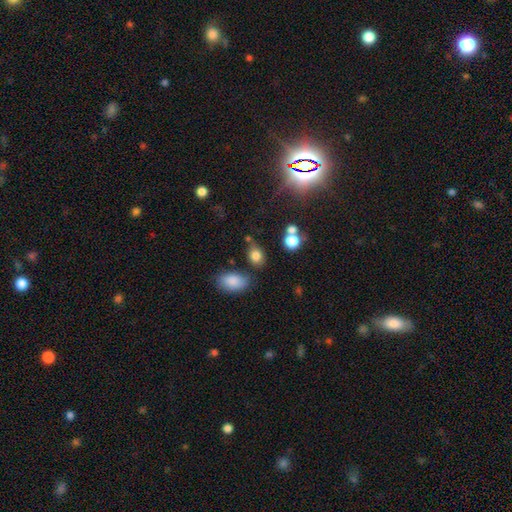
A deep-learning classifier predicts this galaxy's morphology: The model was most divided on "how rounded": in between: 63%, round: 35%, cigar-shaped: 2%. More confident: smooth or featured — smooth (81%); merging — none (61%).